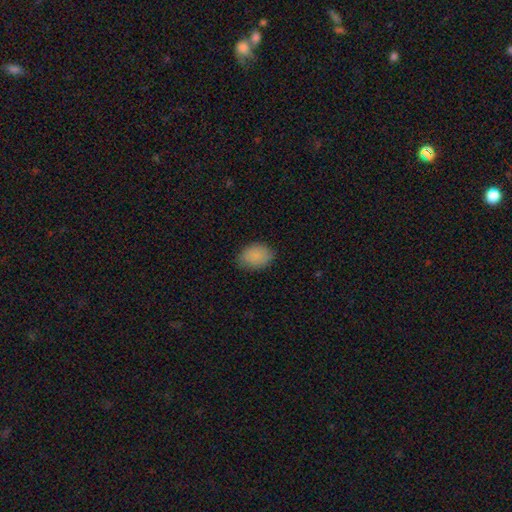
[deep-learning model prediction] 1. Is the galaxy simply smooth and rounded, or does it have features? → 87% smooth, 8% star or artifact, 5% featured or disk.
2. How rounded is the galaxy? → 76% in between, 23% round, 1% cigar-shaped.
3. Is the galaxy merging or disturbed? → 79% none, 16% minor disturbance, 3% major disturbance, 1% merger.